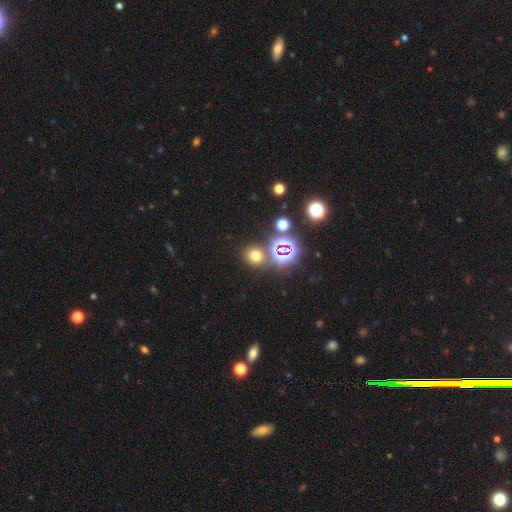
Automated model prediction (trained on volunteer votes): Overall: smooth (62%; star or artifact 31%). How rounded: round (81%). Merging: none (79%).